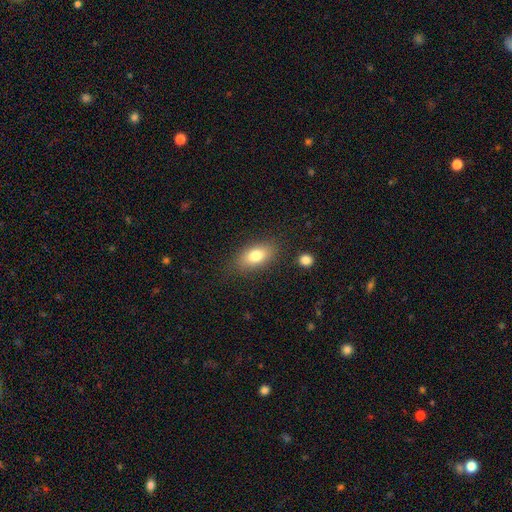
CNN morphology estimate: Overall: smooth (78%). How rounded: in between (87%). Merging: none (82%).